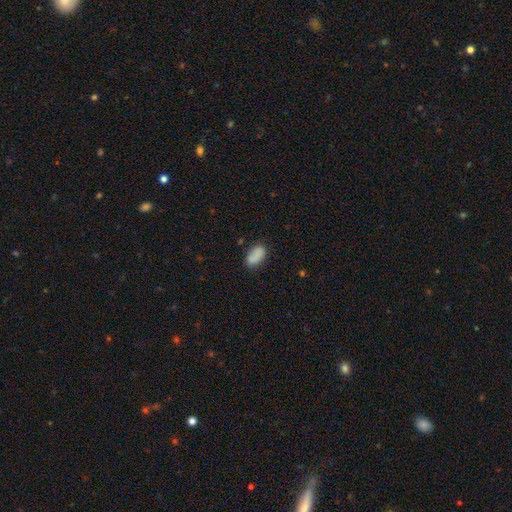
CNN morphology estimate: Smooth or featured? smooth (85%)
How rounded? in between (92%)
Merging? none (74%)